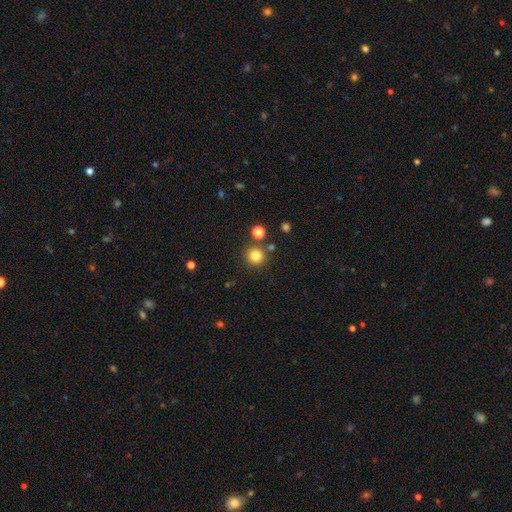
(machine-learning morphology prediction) smooth 82%, star or artifact 13%, featured or disk 6%. Down the decision tree: how rounded — round (93%); merging — none (84%).